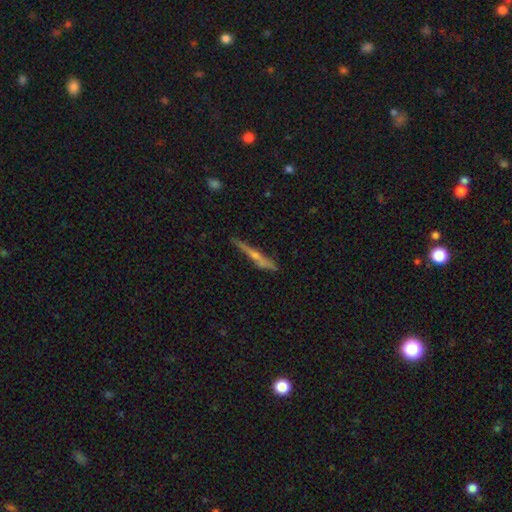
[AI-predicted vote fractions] Smooth or featured? Predicted: featured or disk (p=0.63). Edge-on disk? Predicted: yes (p=0.96). Edge-on bulge? Predicted: rounded (p=0.71). Merging? Predicted: none (p=0.80).